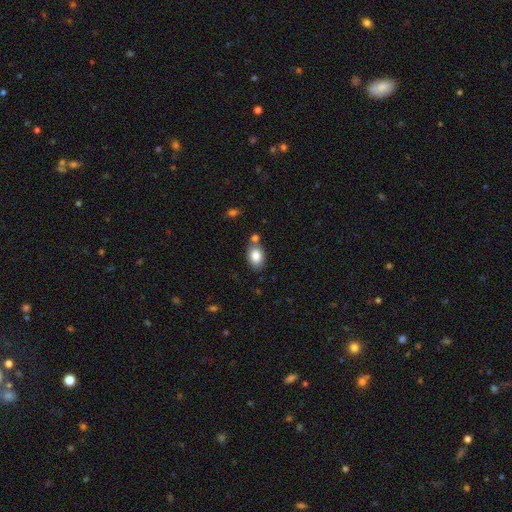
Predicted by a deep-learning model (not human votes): Smooth or featured? Predicted: smooth (p=0.84). How rounded? Predicted: in between (p=0.80). Merging? Predicted: none (p=0.63).